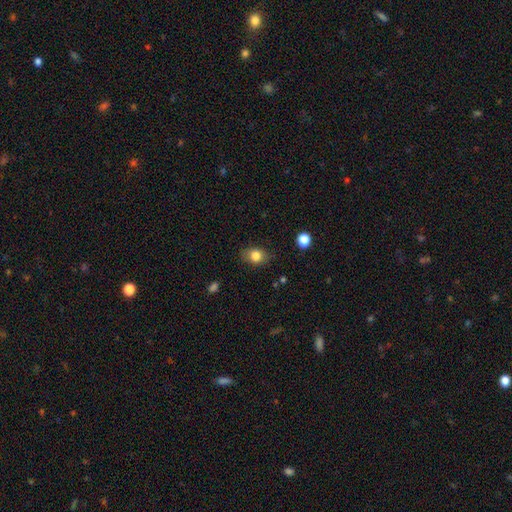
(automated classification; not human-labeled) A smooth galaxy with no disk features (82%) that is in between round and cigar-shaped (57%). Merging: none (79%).